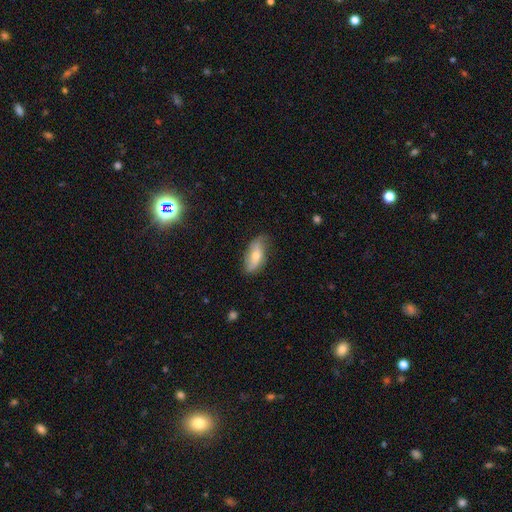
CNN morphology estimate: This is possibly a smooth galaxy (59%). How rounded: clearly in between (85%). Merging: likely none (68%).